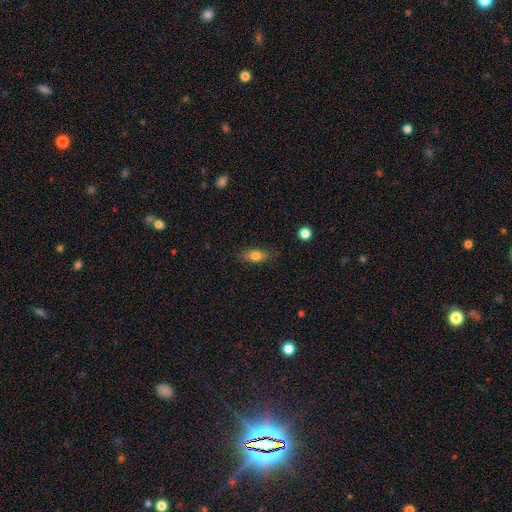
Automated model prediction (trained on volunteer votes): This appears to be a smooth galaxy with no disk features (76%) that is in between round and cigar-shaped (78%). Merging: none (82%).